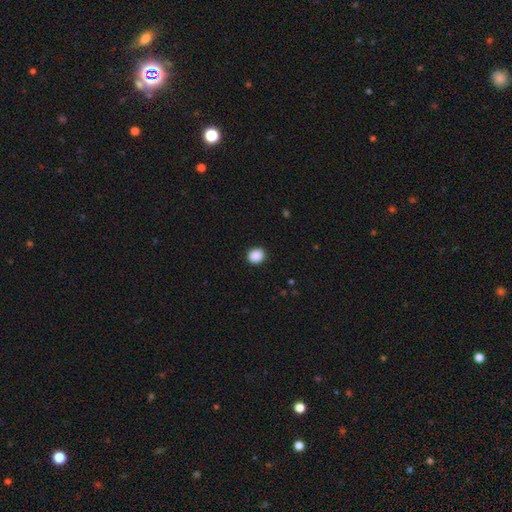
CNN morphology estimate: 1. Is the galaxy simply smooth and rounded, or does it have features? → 89% smooth, 9% star or artifact, 2% featured or disk.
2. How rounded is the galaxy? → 77% round, 22% in between, 1% cigar-shaped.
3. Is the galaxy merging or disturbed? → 90% none, 7% minor disturbance, 2% major disturbance, 1% merger.